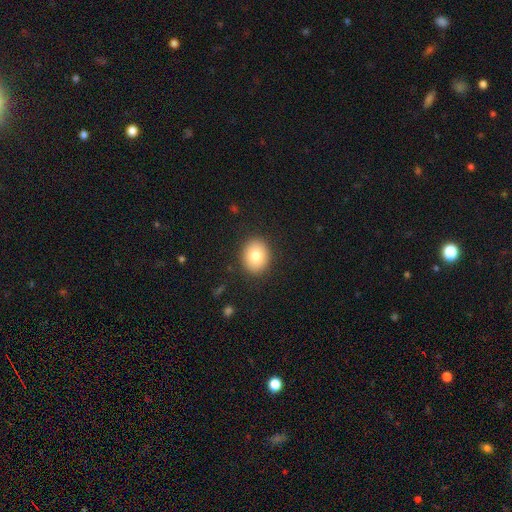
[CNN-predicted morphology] A smooth galaxy with no disk features (80%) that is round (54%).

Vote fractions:
- Smooth or featured? smooth: 80% / featured or disk: 12% / star or artifact: 9%
- How rounded? round: 54% / in between: 45% / cigar-shaped: 1%
- Merging? none: 89% / minor disturbance: 8% / major disturbance: 2% / merger: 1%